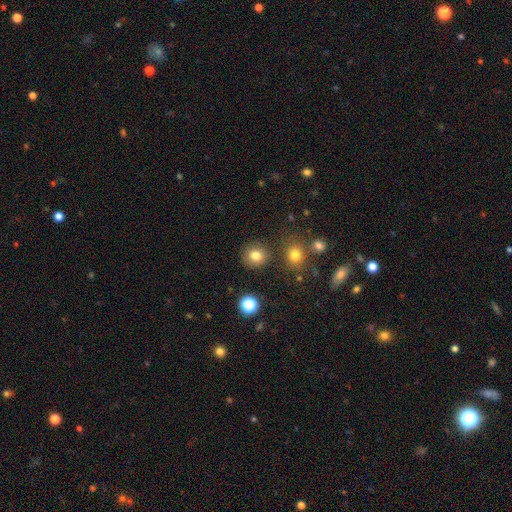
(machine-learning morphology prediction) This appears to be a smooth galaxy with no disk features (80%) that is round (89%). Merging: none (86%).